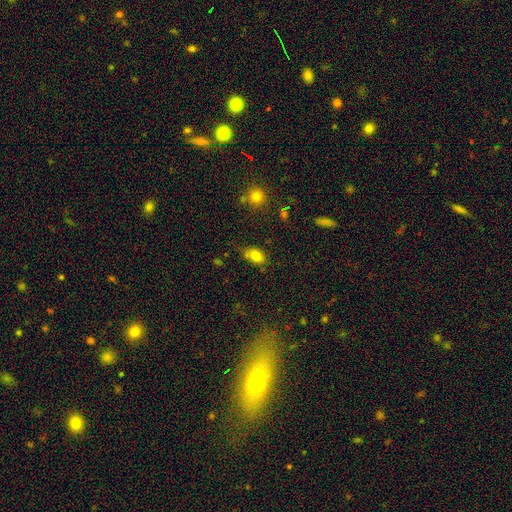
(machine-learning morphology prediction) Overall: smooth (80%). How rounded: in between (84%). Merging: none (64%; minor disturbance 26%).